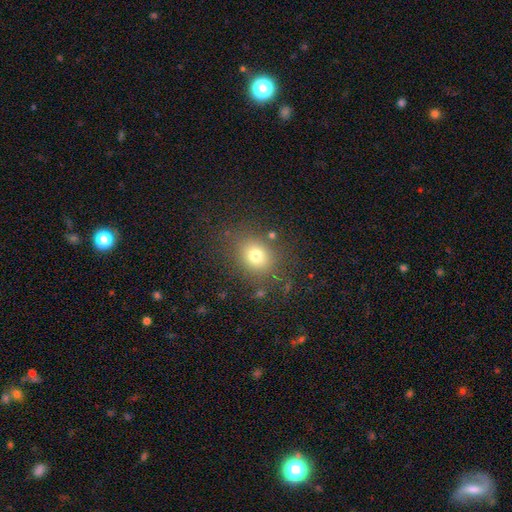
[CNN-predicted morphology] The model was most divided on "how rounded": round: 65%, in between: 34%, cigar-shaped: 1%. More confident: merging — none (79%); smooth or featured — smooth (75%).